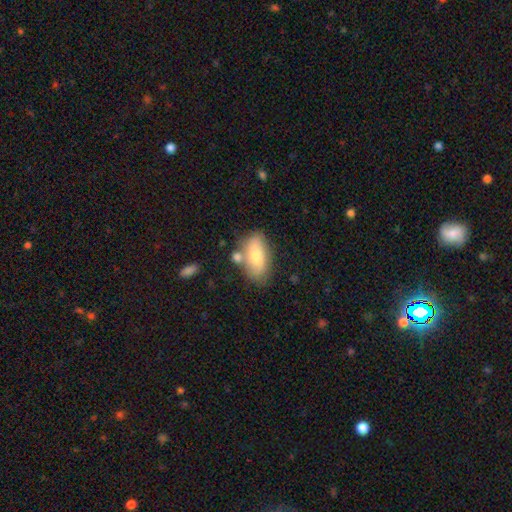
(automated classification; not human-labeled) smooth-or-featured: smooth: 71% | featured or disk: 22% | star or artifact: 7%
  how-rounded: in between: 90% | cigar-shaped: 6% | round: 5%
  merging: none: 61% | minor disturbance: 19% | merger: 14% | major disturbance: 5%